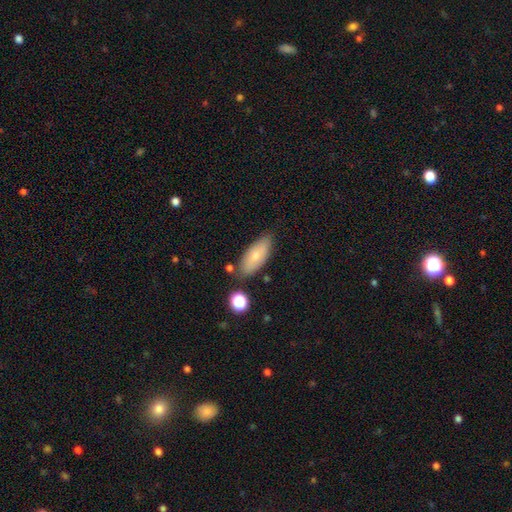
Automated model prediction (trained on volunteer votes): This appears to be a smooth galaxy with no disk features (71%) that is in between round and cigar-shaped (81%). Merging: none (78%).